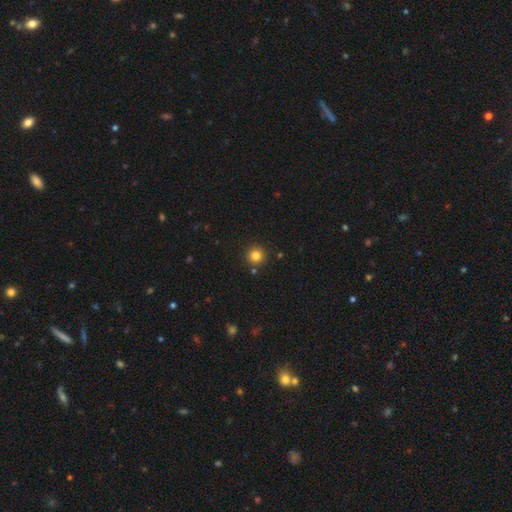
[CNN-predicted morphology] Smooth or featured?
  - smooth: 82% *
  - star or artifact: 13%
  - featured or disk: 5%
How rounded?
  - round: 95% *
  - in between: 4%
  - cigar-shaped: 1%
Merging?
  - none: 89% *
  - minor disturbance: 6%
  - merger: 4%
  - major disturbance: 2%